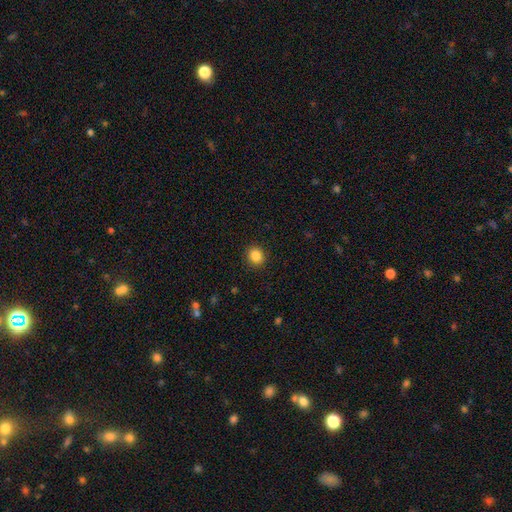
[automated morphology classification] Smooth or featured? smooth (85%)
How rounded? round (80%)
Merging? none (91%)